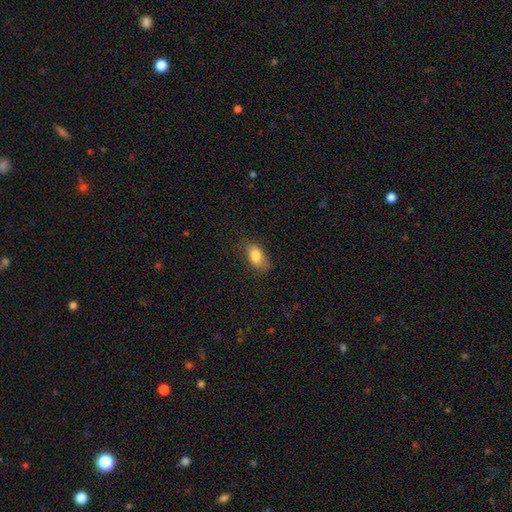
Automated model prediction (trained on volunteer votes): A smooth galaxy with no disk features (81%) that is in between round and cigar-shaped (88%). Merging: none (73%).